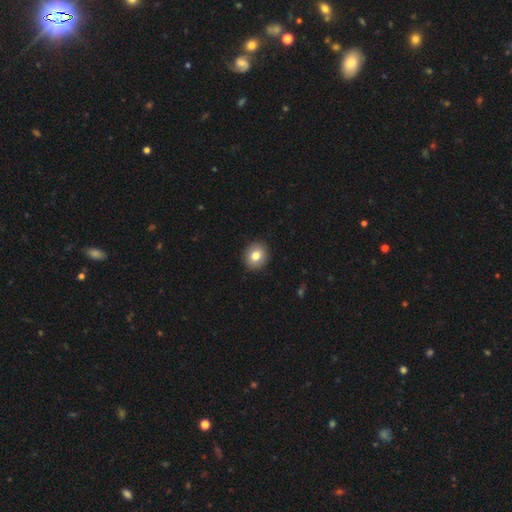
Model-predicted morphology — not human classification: This appears to be a smooth galaxy with no disk features (81%) that is round (77%). Merging: none (92%).